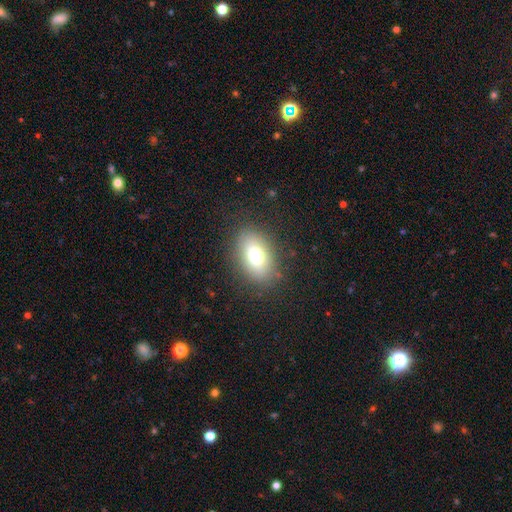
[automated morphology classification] smooth_or_featured: smooth (p=0.72) [alt: featured or disk p=0.16]
how_rounded: in between (p=0.79) [alt: round p=0.19]
merging: none (p=0.84) [alt: minor disturbance p=0.11]